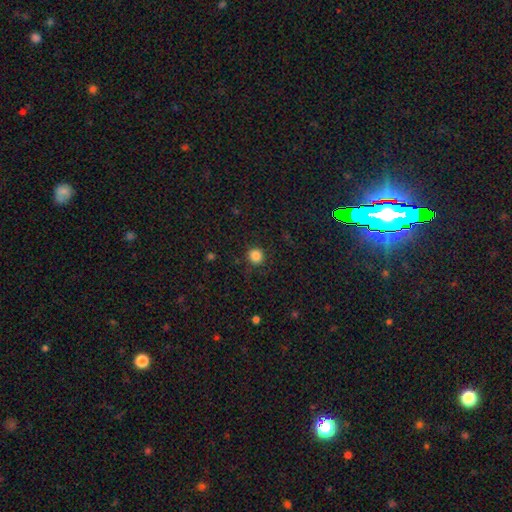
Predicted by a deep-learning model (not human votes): Overall: smooth (85%). How rounded: round (92%). Merging: none (87%).